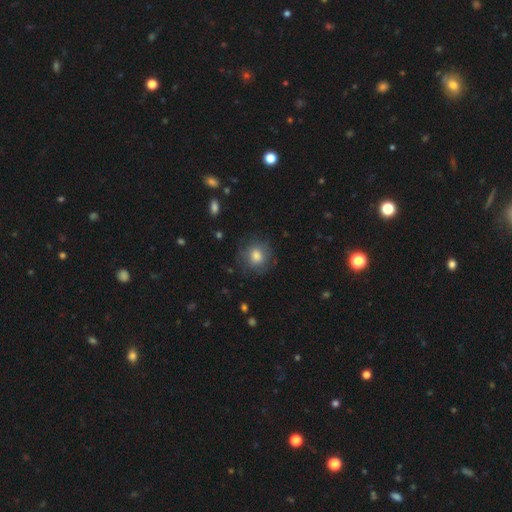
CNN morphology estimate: A smooth galaxy with no disk features (76%) that is round (84%).

Vote fractions:
- Smooth or featured? smooth: 76% / featured or disk: 14% / star or artifact: 10%
- How rounded? round: 84% / in between: 15% / cigar-shaped: 1%
- Merging? none: 79% / minor disturbance: 14% / major disturbance: 6% / merger: 1%